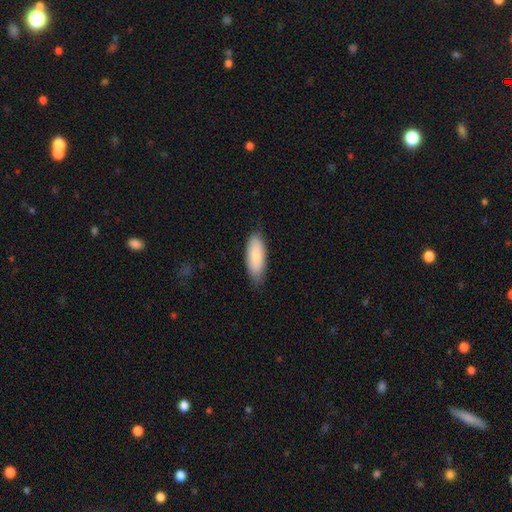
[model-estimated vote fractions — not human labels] This is clearly a smooth galaxy (83%). How rounded: likely in between (75%). Merging: likely none (79%).